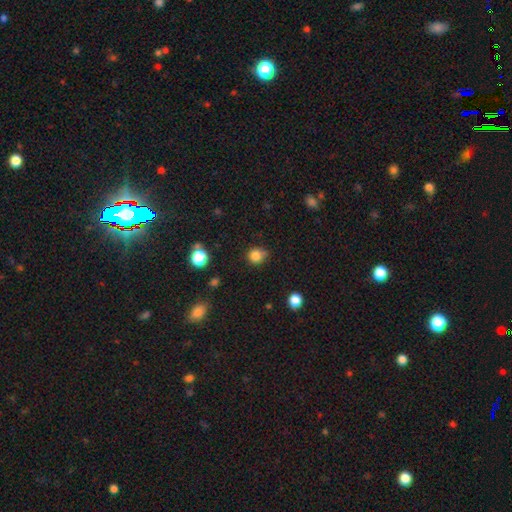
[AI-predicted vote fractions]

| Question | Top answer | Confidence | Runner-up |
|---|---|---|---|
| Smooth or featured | smooth | 82% | star or artifact (13%) |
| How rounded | round | 83% | in between (16%) |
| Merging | none | 67% | minor disturbance (25%) |